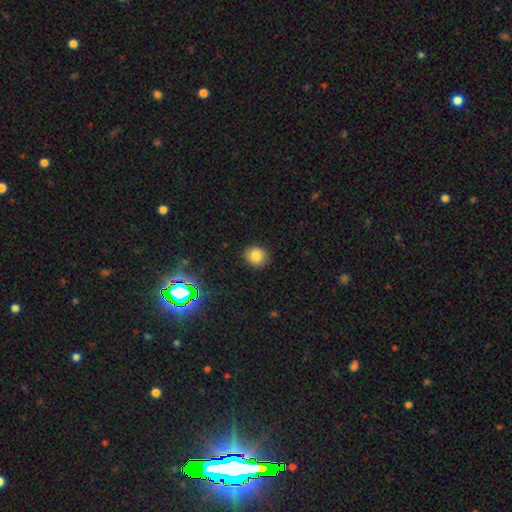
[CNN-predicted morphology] A smooth galaxy with no disk features (82%) that is round (79%).

Vote fractions:
- Smooth or featured? smooth: 82% / star or artifact: 12% / featured or disk: 6%
- How rounded? round: 79% / in between: 20% / cigar-shaped: 1%
- Merging? none: 88% / minor disturbance: 9% / major disturbance: 2% / merger: 1%